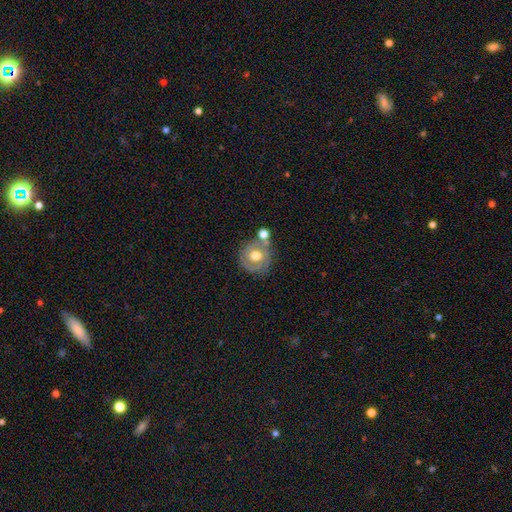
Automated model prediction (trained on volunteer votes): This appears to be a smooth galaxy with no disk features (49%). Merging: none (56%).